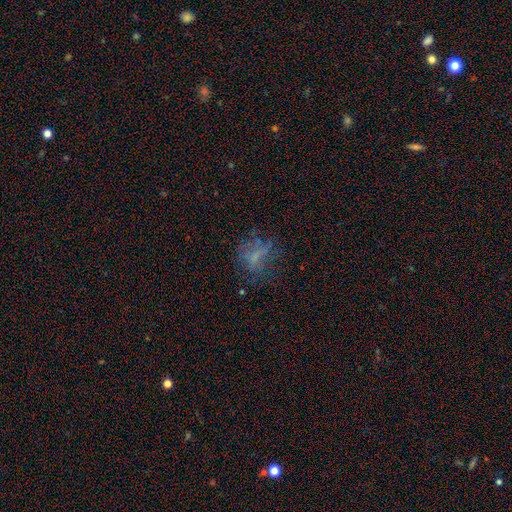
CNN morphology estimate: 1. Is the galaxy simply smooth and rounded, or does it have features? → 43% smooth, 32% featured or disk, 26% star or artifact.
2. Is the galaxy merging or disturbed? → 49% none, 28% major disturbance, 19% minor disturbance, 3% merger.